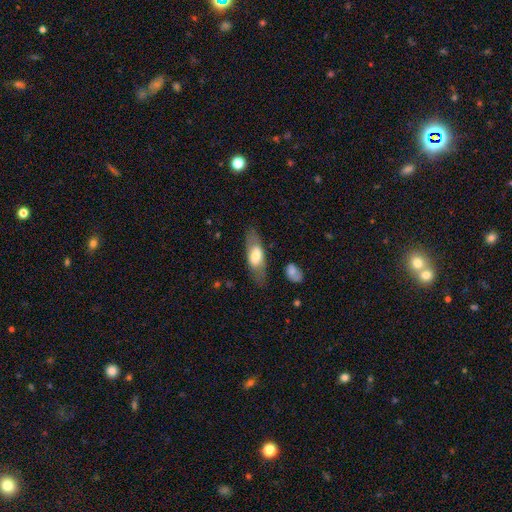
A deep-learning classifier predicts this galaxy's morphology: Smooth or featured? smooth (57%)
How rounded? in between (67%)
Merging? none (76%)